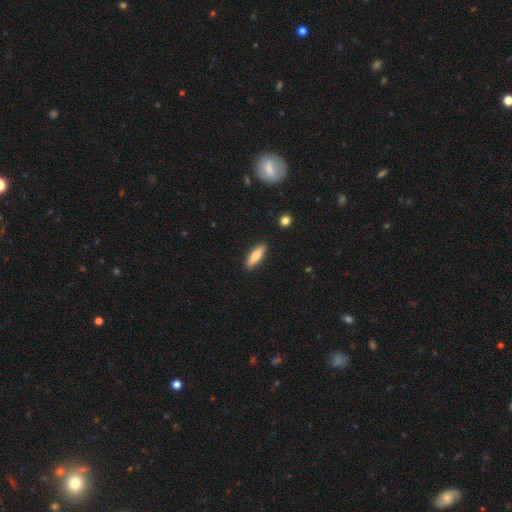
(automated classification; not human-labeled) Morphology: type=smooth (73%); roundness=in between (51%); merging=none (90%).